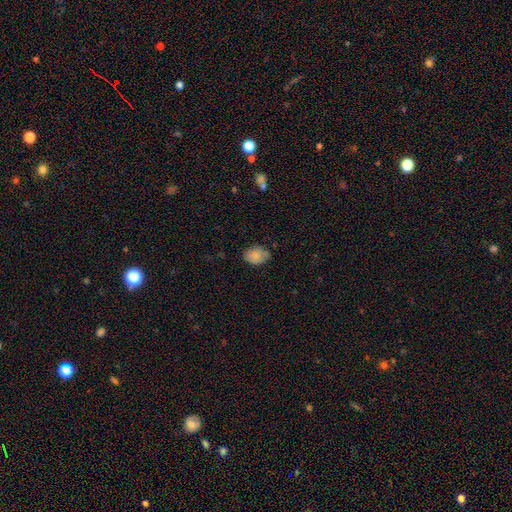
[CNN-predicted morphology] smooth 82%, featured or disk 10%, star or artifact 8%. Down the decision tree: how rounded — in between (71%); merging — none (69%).